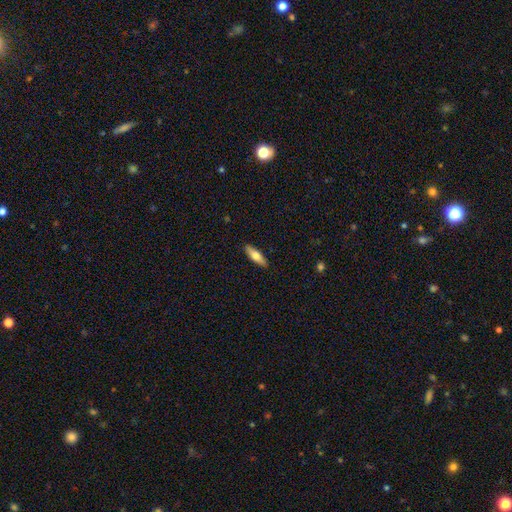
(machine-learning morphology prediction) The model was most divided on "how rounded": cigar-shaped: 52%, in between: 46%, round: 2%. More confident: merging — none (90%); smooth or featured — smooth (67%).